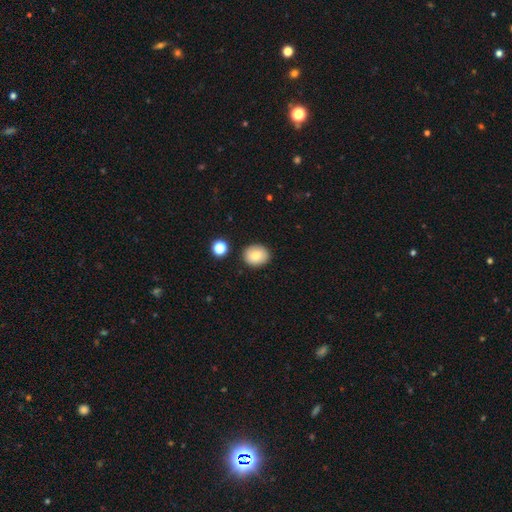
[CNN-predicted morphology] Overall: smooth (81%). How rounded: round (70%). Merging: none (87%).